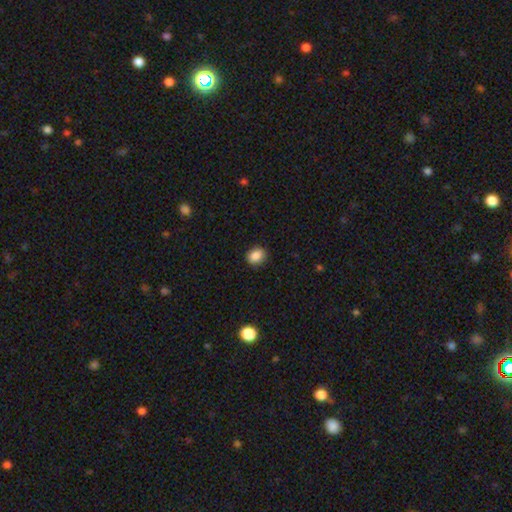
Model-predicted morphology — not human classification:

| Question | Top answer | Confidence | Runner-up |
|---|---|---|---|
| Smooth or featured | smooth | 87% | star or artifact (9%) |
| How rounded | round | 49% | tied: in between (49%) |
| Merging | none | 88% | minor disturbance (9%) |